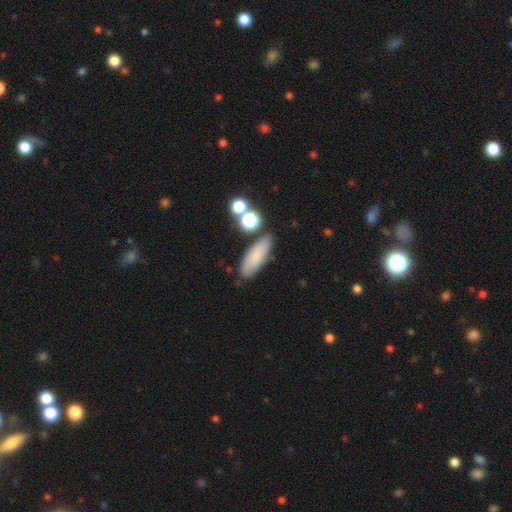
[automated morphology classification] Smooth or featured: smooth — 78% (featured or disk — 12%)
How rounded: in between — 61% (cigar-shaped — 35%)
Merging: none — 76% (minor disturbance — 13%)